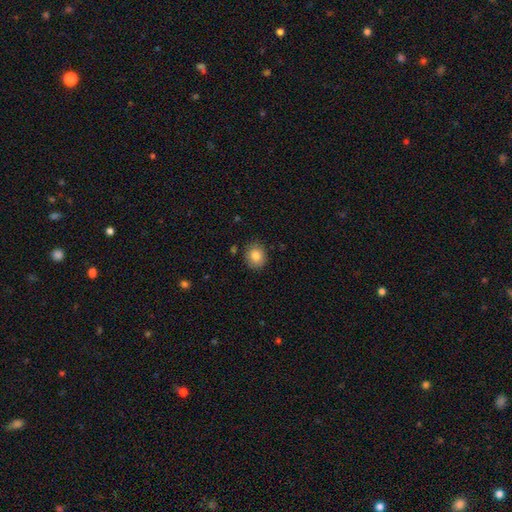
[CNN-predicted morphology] This appears to be a smooth galaxy with no disk features (85%) that is round (73%). Merging: none (84%).